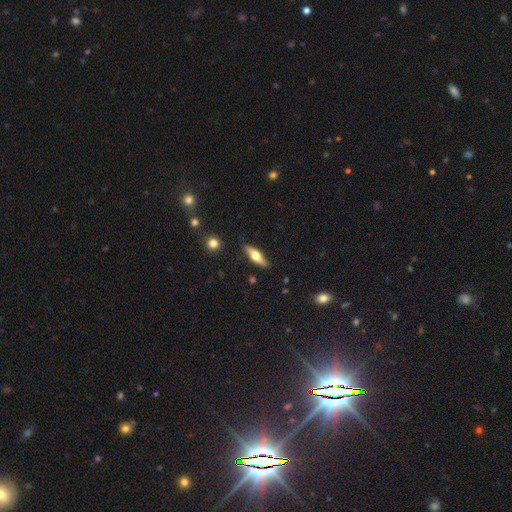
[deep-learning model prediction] smooth_or_featured: featured or disk (p=0.54) [alt: smooth p=0.40]
disk_edge_on: yes (p=0.92) [alt: no p=0.08]
merging: none (p=0.88) [alt: minor disturbance p=0.09]